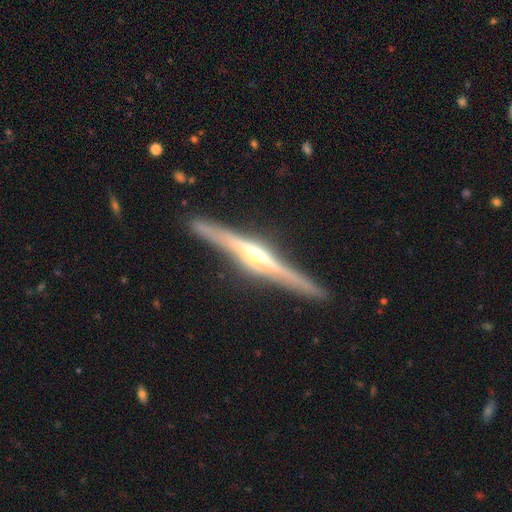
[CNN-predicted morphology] This is clearly a featured or disk galaxy (87%). It is clearly viewed edge-on (98%). Edge-on bulge: clearly rounded (87%). Merging: clearly none (90%).